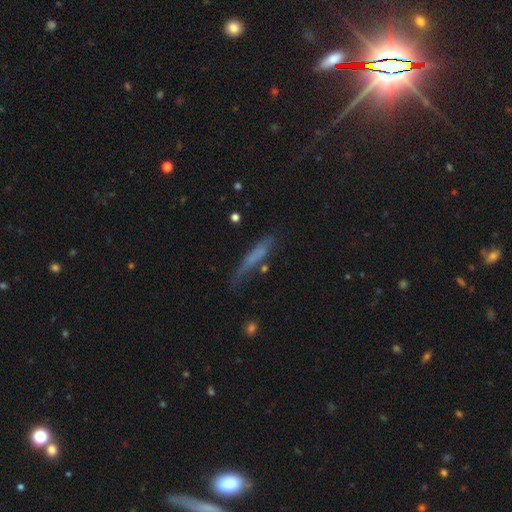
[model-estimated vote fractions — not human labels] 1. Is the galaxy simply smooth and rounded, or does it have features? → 60% smooth, 29% featured or disk, 11% star or artifact.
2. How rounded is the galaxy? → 89% cigar-shaped, 9% in between, 2% round.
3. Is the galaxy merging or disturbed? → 60% none, 25% minor disturbance, 11% major disturbance, 5% merger.